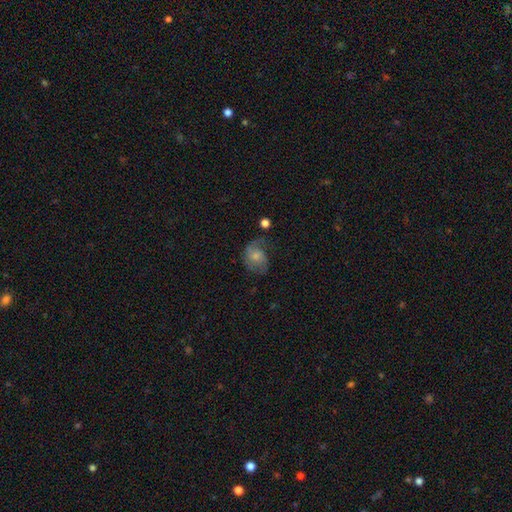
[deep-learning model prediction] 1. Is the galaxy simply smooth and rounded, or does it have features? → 54% featured or disk, 38% smooth, 8% star or artifact.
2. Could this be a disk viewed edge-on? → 97% no, 3% yes.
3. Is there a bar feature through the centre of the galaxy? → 69% no, 27% weak, 4% strong.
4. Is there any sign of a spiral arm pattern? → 84% yes, 16% no.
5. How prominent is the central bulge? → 48% small, 35% moderate, 11% none, 5% large, 1% dominant.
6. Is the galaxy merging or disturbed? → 42% none, 28% minor disturbance, 26% major disturbance, 4% merger.